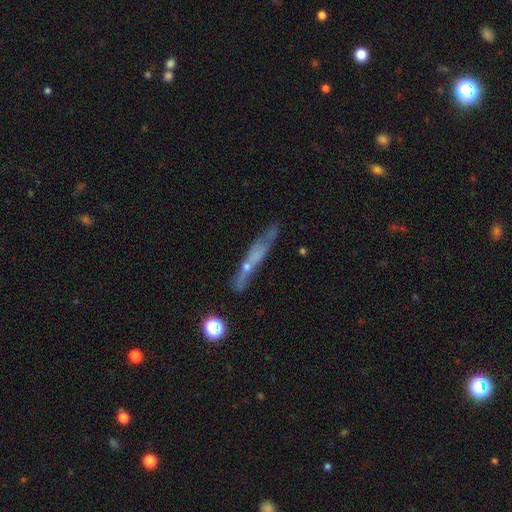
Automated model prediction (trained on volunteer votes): smooth_or_featured: featured or disk (p=0.49) [alt: smooth p=0.38]
merging: none (p=0.65) [alt: minor disturbance p=0.19]